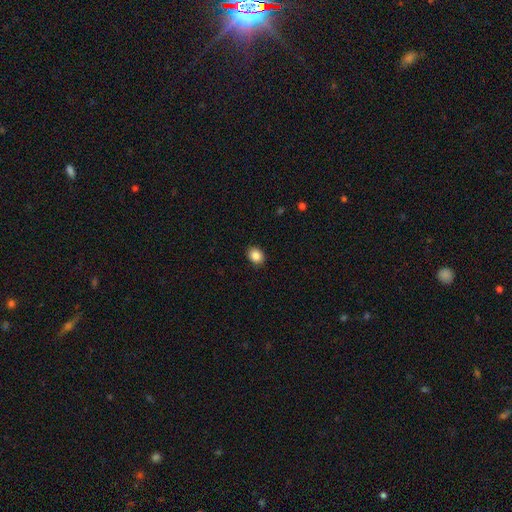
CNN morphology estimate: Smooth or featured? smooth (87%)
How rounded? in between (52%)
Merging? none (90%)